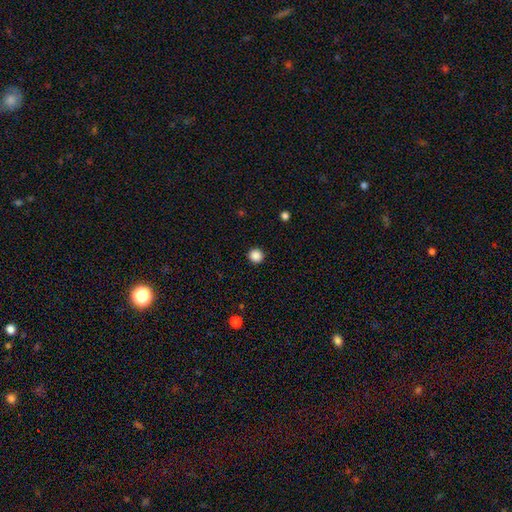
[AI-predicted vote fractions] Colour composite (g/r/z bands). It shows a smooth galaxy with no disk features (87%) that is round (94%). Merging: none (92%).